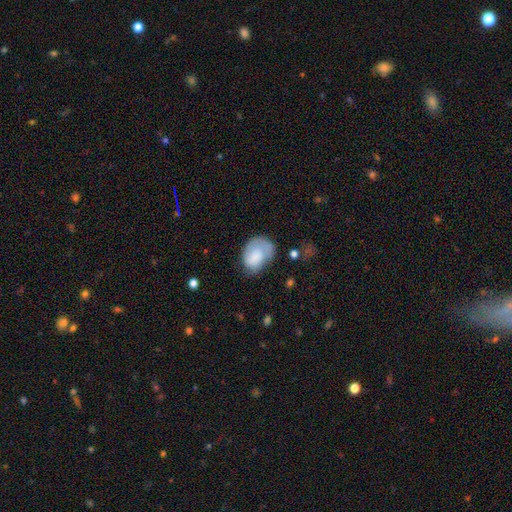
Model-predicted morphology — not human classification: This is likely a smooth galaxy (66%). How rounded: likely in between (73%). Merging: marginally none (43%).